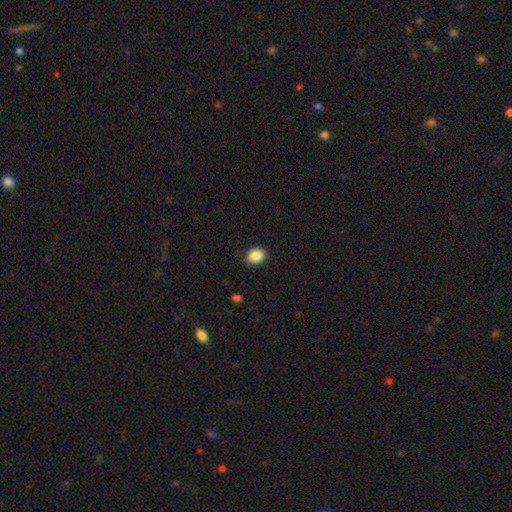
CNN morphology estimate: A smooth galaxy with no disk features (87%) that is in between round and cigar-shaped (59%). Merging: none (87%).